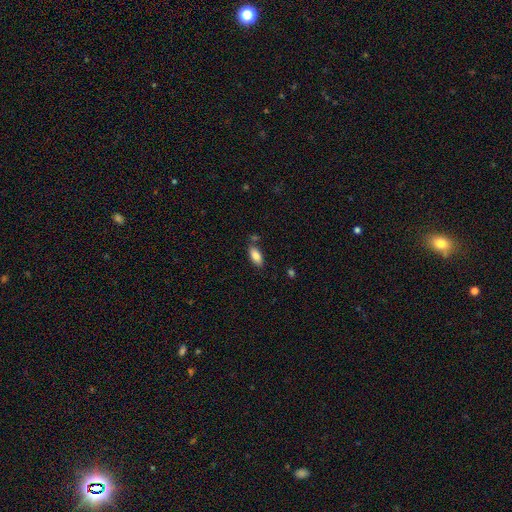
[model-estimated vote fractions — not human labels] This is clearly a smooth galaxy (85%). How rounded: clearly in between (87%). Merging: likely none (77%).